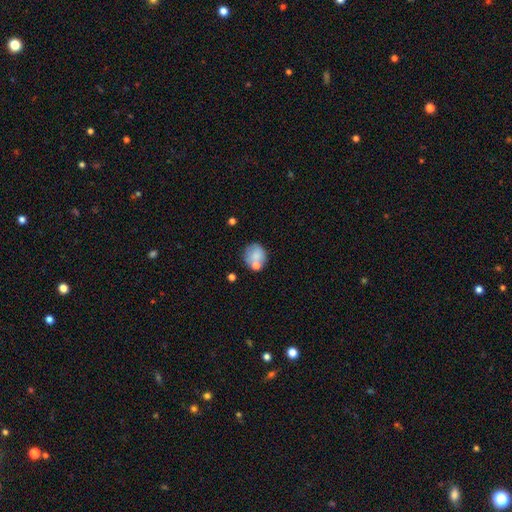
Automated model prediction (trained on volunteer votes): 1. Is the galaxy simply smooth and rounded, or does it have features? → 74% smooth, 18% featured or disk, 9% star or artifact.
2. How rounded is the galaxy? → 77% round, 22% in between, 1% cigar-shaped.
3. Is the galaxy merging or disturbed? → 57% none, 19% merger, 17% minor disturbance, 7% major disturbance.